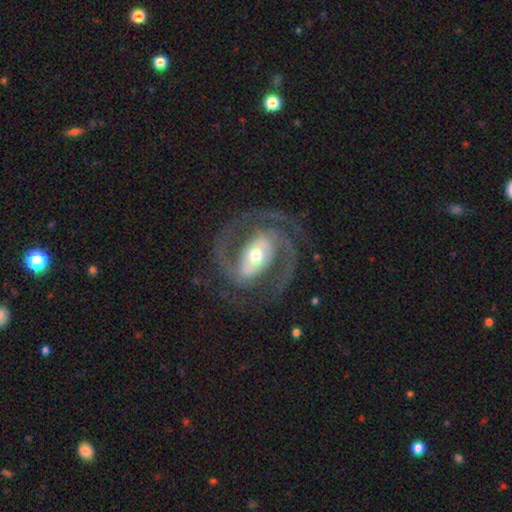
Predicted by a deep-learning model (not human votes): Smooth or featured: featured or disk — 89% (smooth — 7%)
Edge-on disk: no — 97% (yes — 3%)
Bar: strong — 36% (no — 33%)
Spiral arms: yes — 93% (no — 7%)
Spiral winding: medium — 51% (tight — 34%)
Spiral arm count: 2 — 87% (can't tell — 4%)
Bulge size: moderate — 64% (small — 19%)
Merging: none — 76% (minor disturbance — 12%)